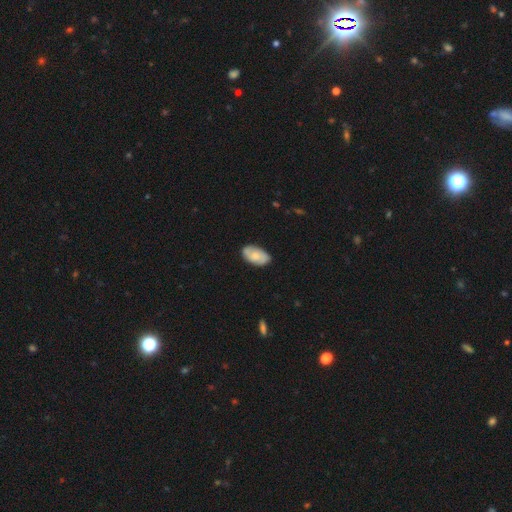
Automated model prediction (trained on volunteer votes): Smooth or featured?
  - smooth: 63% *
  - featured or disk: 31%
  - star or artifact: 6%
How rounded?
  - in between: 94% *
  - round: 4%
  - cigar-shaped: 2%
Merging?
  - none: 80% *
  - minor disturbance: 16%
  - major disturbance: 3%
  - merger: 1%